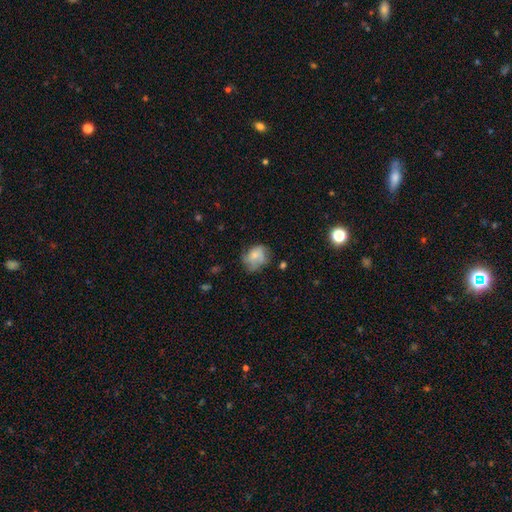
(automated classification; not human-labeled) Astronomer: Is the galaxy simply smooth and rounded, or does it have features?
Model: smooth — 68%.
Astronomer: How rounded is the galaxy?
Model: round — 50% (runner-up: in between, 49%).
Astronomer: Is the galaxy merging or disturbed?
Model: none — 52% (runner-up: minor disturbance, 32%).